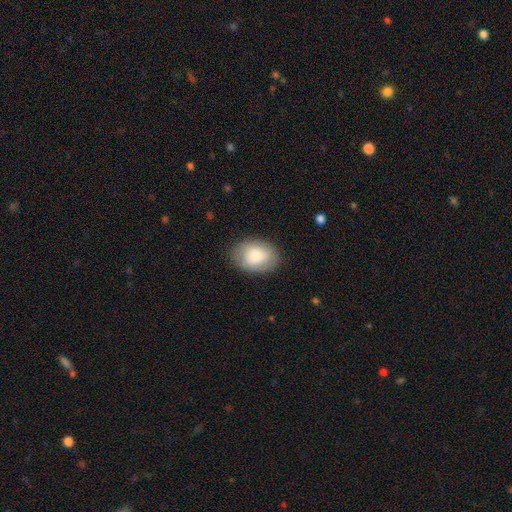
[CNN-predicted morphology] smooth-or-featured: smooth: 81% | featured or disk: 12% | star or artifact: 6%
  how-rounded: in between: 80% | round: 19% | cigar-shaped: 1%
  merging: none: 84% | minor disturbance: 12% | major disturbance: 3% | merger: 1%